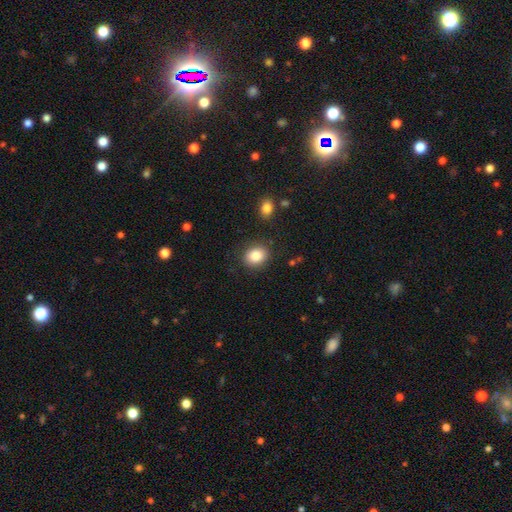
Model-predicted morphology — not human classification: smooth_or_featured: smooth (p=0.85) [alt: star or artifact p=0.09]
how_rounded: round (p=0.55) [alt: in between p=0.44]
merging: none (p=0.87) [alt: minor disturbance p=0.09]